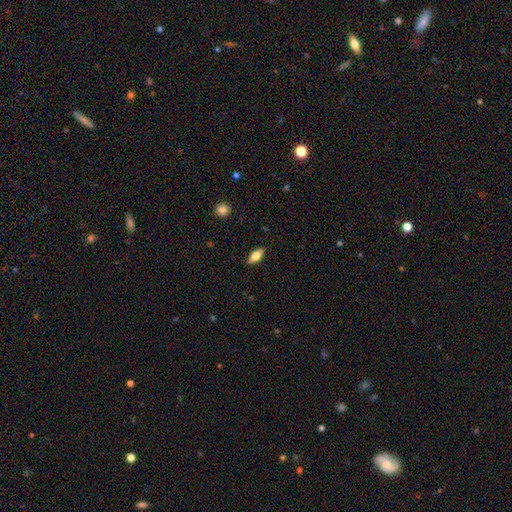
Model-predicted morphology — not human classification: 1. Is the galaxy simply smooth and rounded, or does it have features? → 70% smooth, 23% featured or disk, 7% star or artifact.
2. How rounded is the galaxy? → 81% in between, 16% cigar-shaped, 3% round.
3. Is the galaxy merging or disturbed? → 88% none, 9% minor disturbance, 2% major disturbance, 1% merger.